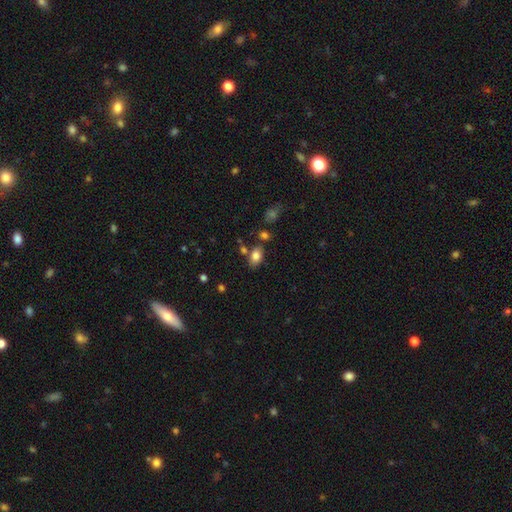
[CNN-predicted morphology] Smooth or featured: smooth — 82% (star or artifact — 9%)
How rounded: in between — 87% (round — 11%)
Merging: none — 70% (minor disturbance — 15%)